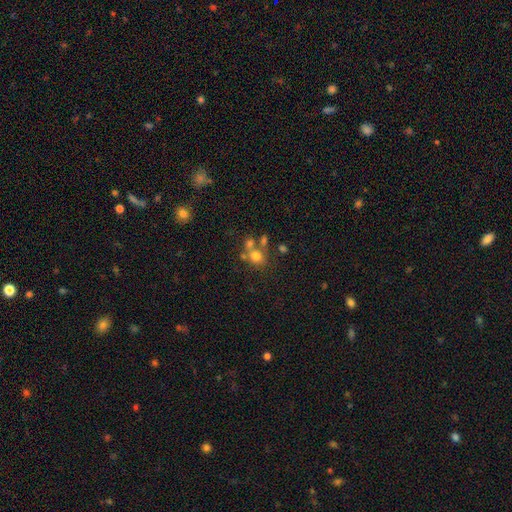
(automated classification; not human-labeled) smooth 68%, star or artifact 17%, featured or disk 16%. Down the decision tree: how rounded — round (75%); merging — none (49%).